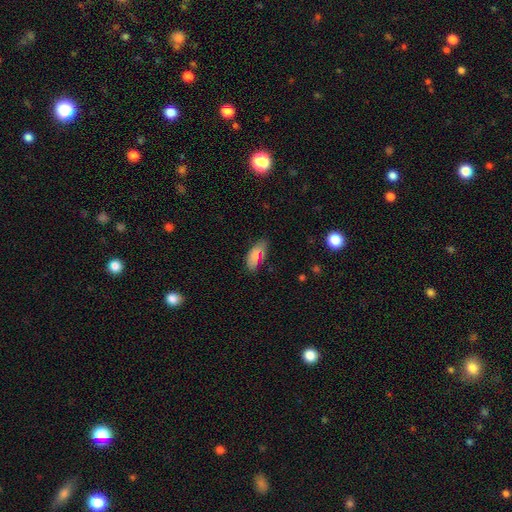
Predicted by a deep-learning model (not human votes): The model was most divided on "merging": none: 74%, minor disturbance: 19%, major disturbance: 4%, merger: 2%. More confident: how rounded — in between (88%); smooth or featured — smooth (76%).